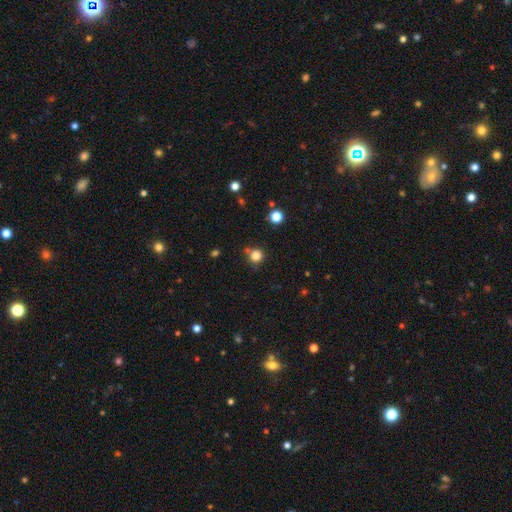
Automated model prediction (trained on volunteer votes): A smooth galaxy with no disk features (81%) that is round (93%). Merging: none (75%).